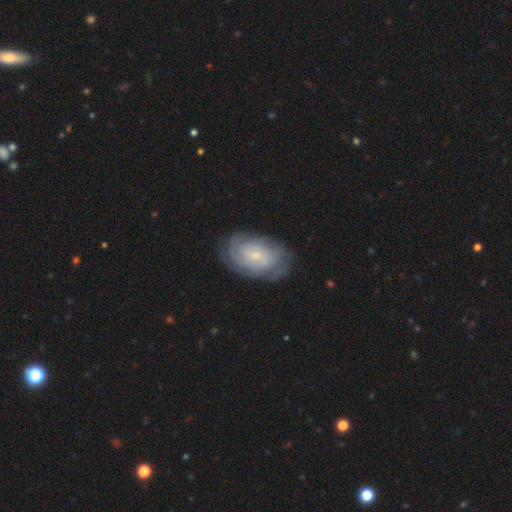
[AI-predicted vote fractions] This appears to be a featured or disk galaxy (64%) with no bar (62%), tight (64%) spiral arms (87%) and a small central bulge (74%). Merging: none (75%).